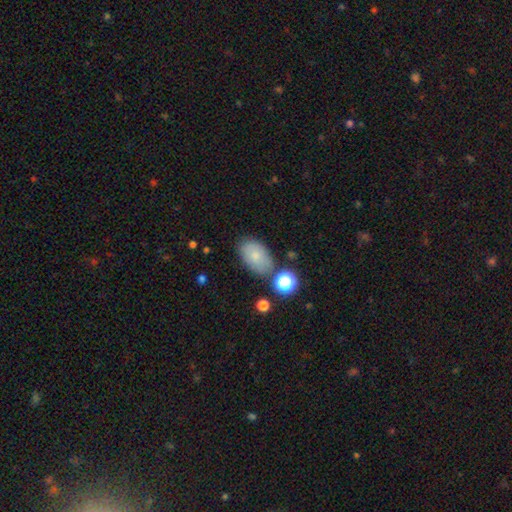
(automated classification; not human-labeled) Smooth or featured? Predicted: smooth (p=0.78). How rounded? Predicted: in between (p=0.90). Merging? Predicted: none (p=0.75).